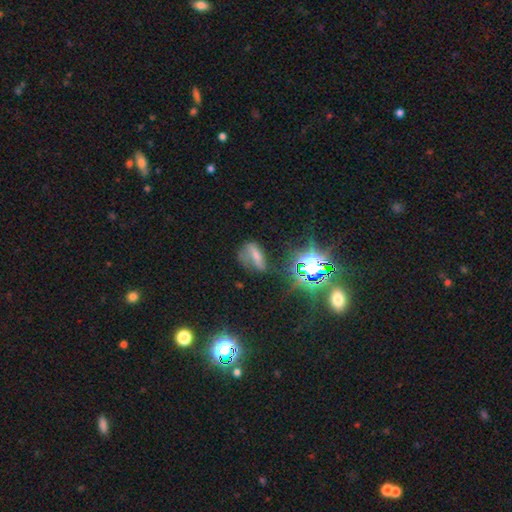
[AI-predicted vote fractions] smooth_or_featured: smooth (p=0.45) [alt: star or artifact p=0.28]
merging: none (p=0.36) [alt: major disturbance p=0.31]